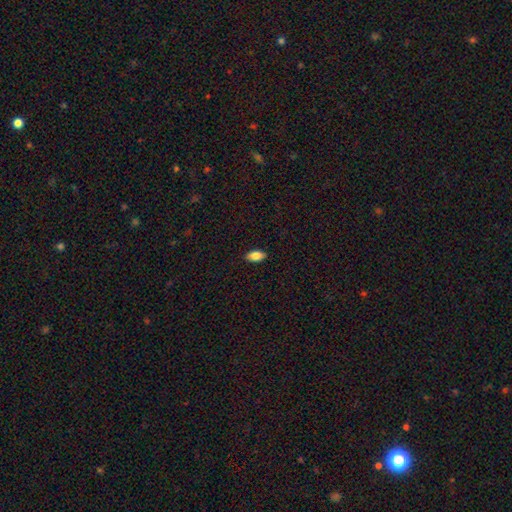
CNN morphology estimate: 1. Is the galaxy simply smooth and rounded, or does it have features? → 85% smooth, 8% featured or disk, 7% star or artifact.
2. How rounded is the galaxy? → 92% in between, 4% cigar-shaped, 4% round.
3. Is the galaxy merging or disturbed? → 89% none, 8% minor disturbance, 2% major disturbance, 1% merger.